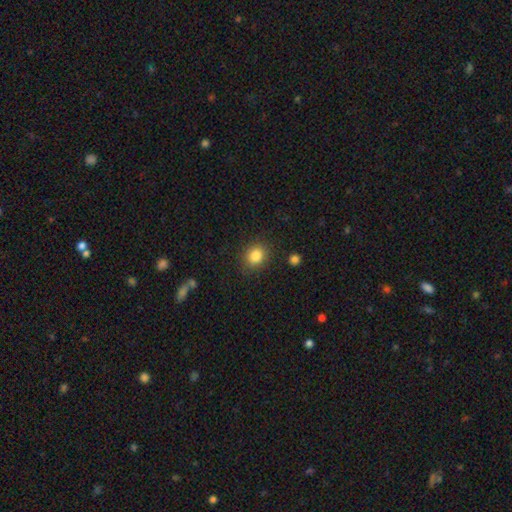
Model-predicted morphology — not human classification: Smooth or featured: smooth — 84% (star or artifact — 10%)
How rounded: round — 68% (in between — 32%)
Merging: none — 87% (minor disturbance — 9%)